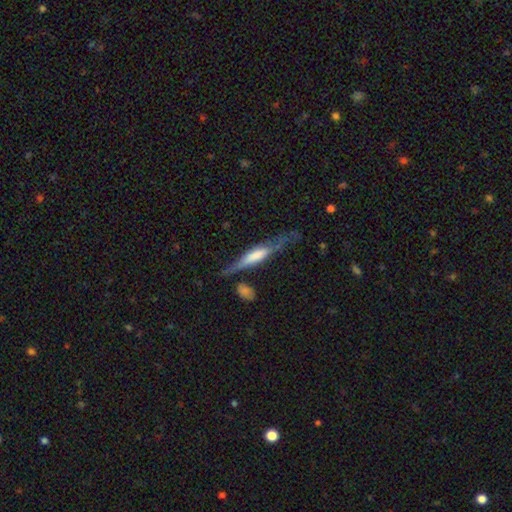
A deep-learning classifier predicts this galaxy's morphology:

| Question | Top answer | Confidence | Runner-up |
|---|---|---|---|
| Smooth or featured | featured or disk | 58% | smooth (36%) |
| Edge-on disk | yes | 83% | no (17%) |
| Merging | none | 51% | minor disturbance (25%) |